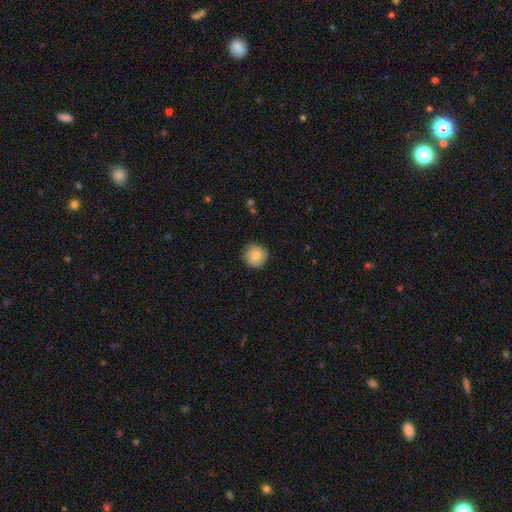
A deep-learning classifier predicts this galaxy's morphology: Q: Smooth or featured?
A: smooth (78%); runner-up: featured or disk (15%)
Q: How rounded?
A: round (94%); runner-up: in between (5%)
Q: Merging?
A: none (86%); runner-up: minor disturbance (11%)